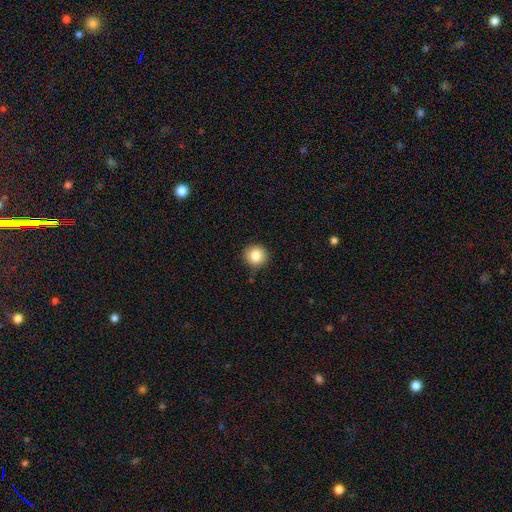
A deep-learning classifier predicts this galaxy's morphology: Smooth or featured? Predicted: smooth (p=0.84). How rounded? Predicted: round (p=0.94). Merging? Predicted: none (p=0.86).